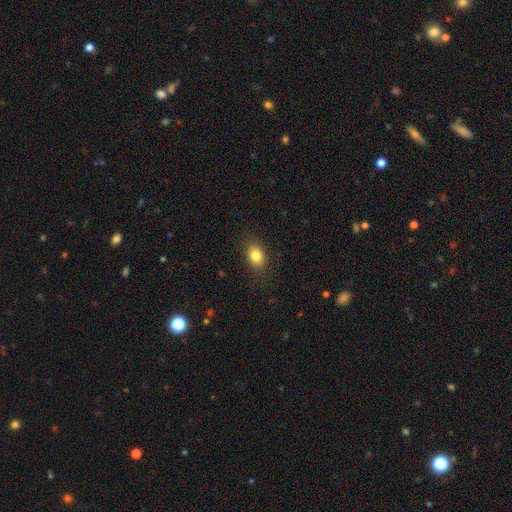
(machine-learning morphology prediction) A smooth galaxy with no disk features (83%) that is in between round and cigar-shaped (72%).

Vote fractions:
- Smooth or featured? smooth: 83% / star or artifact: 9% / featured or disk: 7%
- How rounded? in between: 72% / round: 26% / cigar-shaped: 1%
- Merging? none: 86% / minor disturbance: 10% / major disturbance: 3% / merger: 1%